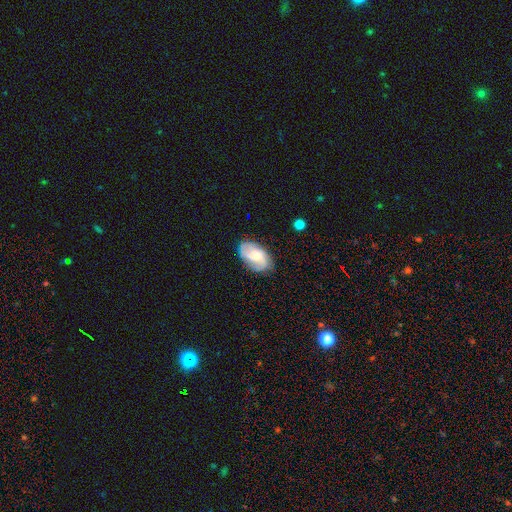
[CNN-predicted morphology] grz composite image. It shows a featured or disk galaxy (60%) with no bar (57%), 2 (36%) medium (44%) spiral arms (89%) and a moderate central bulge (44%). Merging: none (72%).